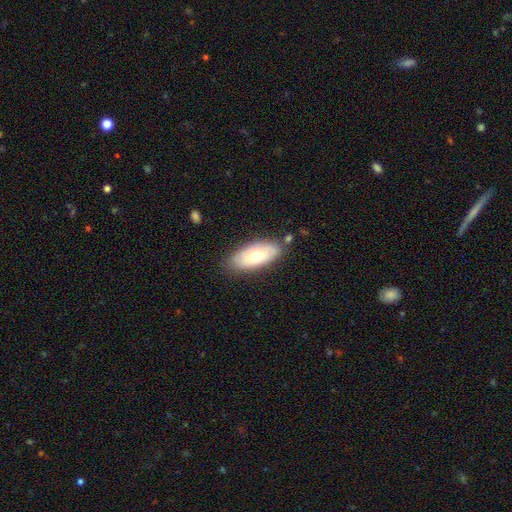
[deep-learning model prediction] smooth-or-featured: smooth: 65% | featured or disk: 29% | star or artifact: 6%
  how-rounded: in between: 87% | cigar-shaped: 11% | round: 2%
  merging: none: 78% | minor disturbance: 16% | major disturbance: 3% | merger: 3%